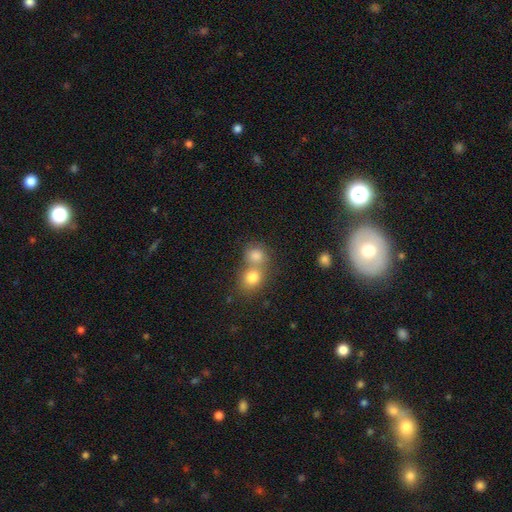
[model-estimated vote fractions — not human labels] Smooth or featured?
  - smooth: 80% *
  - star or artifact: 11%
  - featured or disk: 9%
How rounded?
  - round: 75% *
  - in between: 24%
  - cigar-shaped: 1%
Merging?
  - merger: 57% *
  - none: 34%
  - minor disturbance: 6%
  - major disturbance: 3%